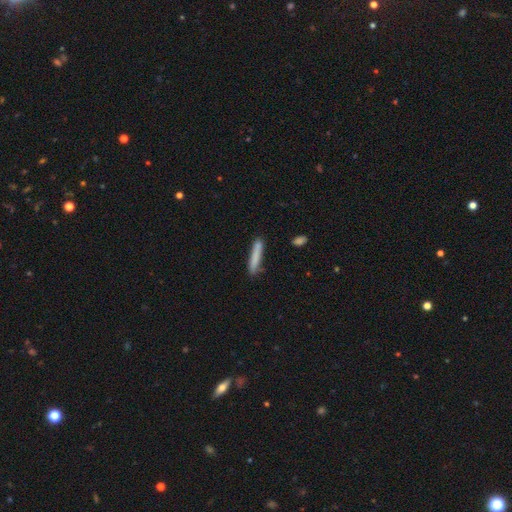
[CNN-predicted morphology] The model was most divided on "smooth or featured": smooth: 79%, featured or disk: 14%, star or artifact: 7%. More confident: how rounded — cigar-shaped (93%); merging — none (80%).